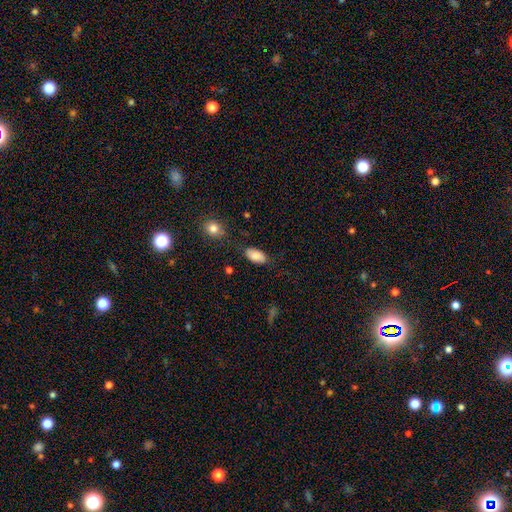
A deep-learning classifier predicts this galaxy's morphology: This is clearly a smooth galaxy (85%). How rounded: clearly in between (93%). Merging: likely none (76%).